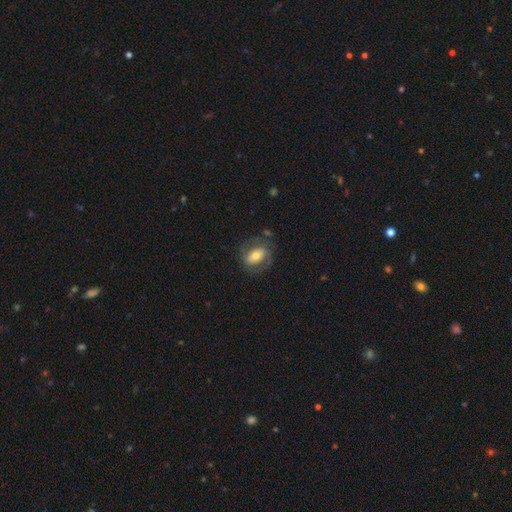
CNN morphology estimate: A featured or disk galaxy (57%) with no bar (41%), spiral arms (67%) and a moderate central bulge (64%).

Vote fractions:
- Smooth or featured? featured or disk: 57% / smooth: 36% / star or artifact: 7%
- Edge-on disk? no: 95% / yes: 5%
- Bar? no: 41% / weak: 31% / strong: 28%
- Spiral arms? yes: 67% / no: 33%
- Bulge size? moderate: 64% / small: 20% / large: 13% / dominant: 2% / none: 1%
- Merging? none: 65% / minor disturbance: 18% / major disturbance: 14% / merger: 2%